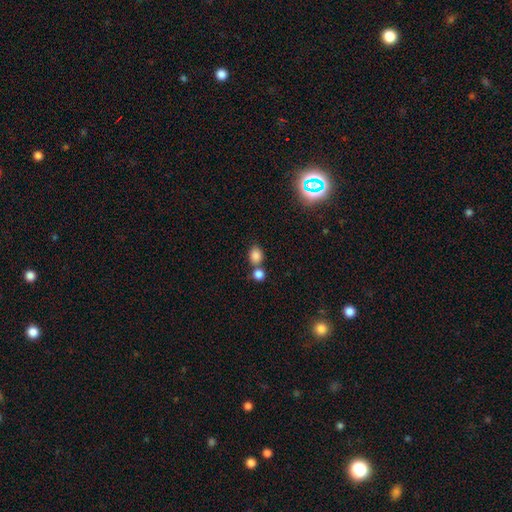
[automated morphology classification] The model was most divided on "how rounded": round: 51%, in between: 47%, cigar-shaped: 1%. More confident: smooth or featured — smooth (84%); merging — none (51%).